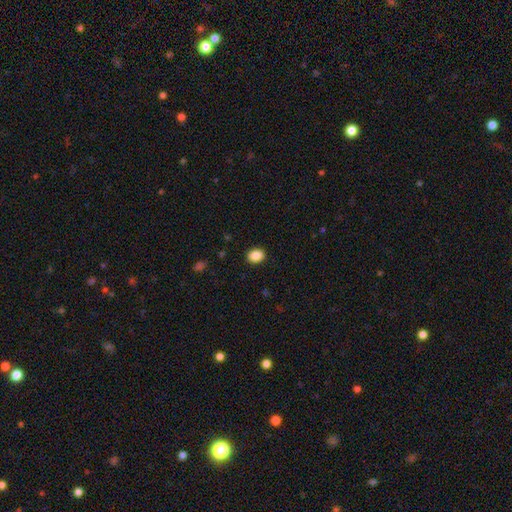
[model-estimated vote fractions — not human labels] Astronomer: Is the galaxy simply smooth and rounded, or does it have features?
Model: smooth — 88%.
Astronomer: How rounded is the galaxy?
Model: in between — 57% (runner-up: round, 42%).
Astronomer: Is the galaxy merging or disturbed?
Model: none — 90%.